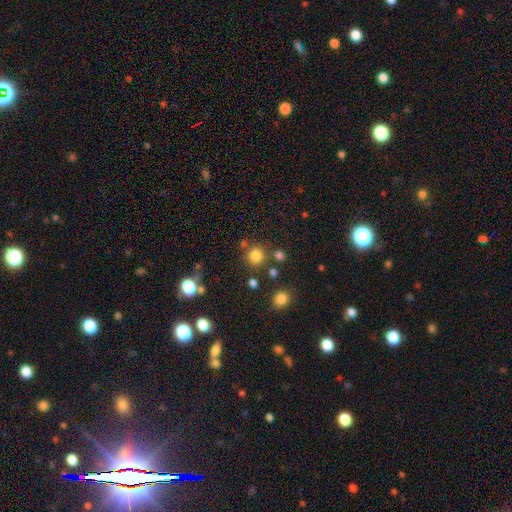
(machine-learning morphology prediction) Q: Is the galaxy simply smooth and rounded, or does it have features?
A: smooth — 79%.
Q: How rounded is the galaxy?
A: round — 91%.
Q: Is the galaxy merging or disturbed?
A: none — 80%.